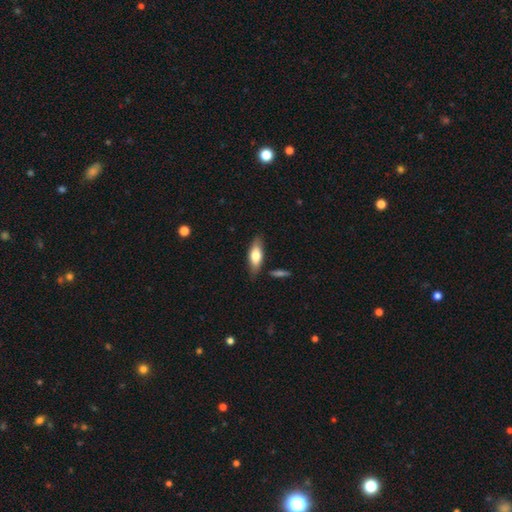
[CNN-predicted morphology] Smooth or featured: smooth — 69% (featured or disk — 26%)
How rounded: in between — 70% (cigar-shaped — 28%)
Merging: none — 79% (minor disturbance — 15%)